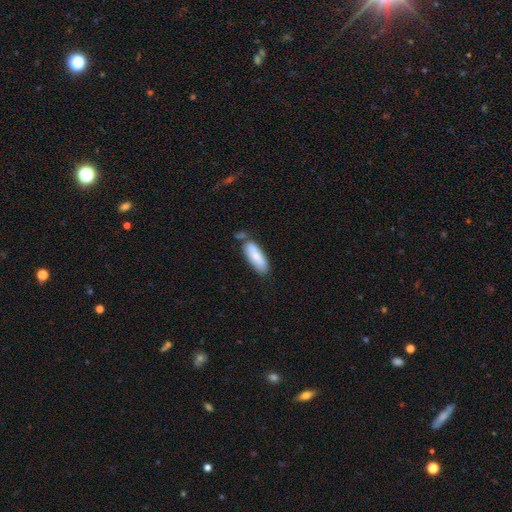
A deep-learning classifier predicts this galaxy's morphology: Smooth or featured?
  - smooth: 80% *
  - featured or disk: 14%
  - star or artifact: 6%
How rounded?
  - in between: 59% *
  - cigar-shaped: 39%
  - round: 2%
Merging?
  - none: 65% *
  - minor disturbance: 19%
  - merger: 12%
  - major disturbance: 4%